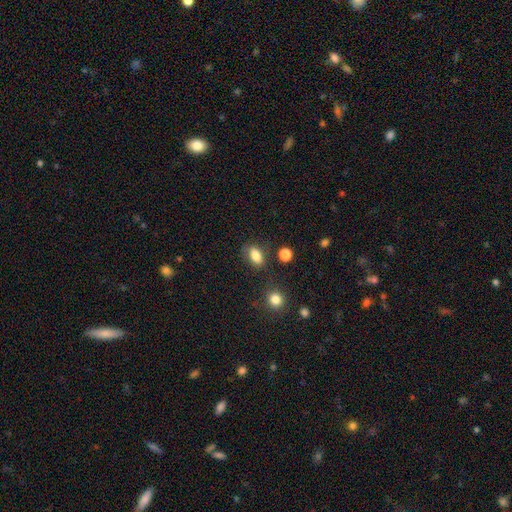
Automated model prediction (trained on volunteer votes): A smooth galaxy with no disk features (83%) that is in between round and cigar-shaped (84%). Merging: none (75%).